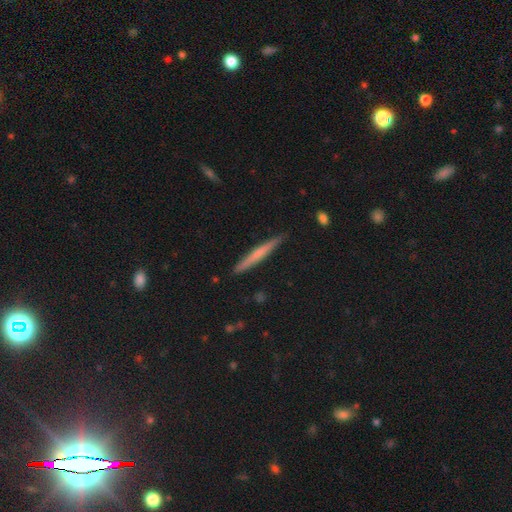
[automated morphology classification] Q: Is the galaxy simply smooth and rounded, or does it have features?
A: smooth — 48%.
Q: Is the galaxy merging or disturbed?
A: none — 90%.